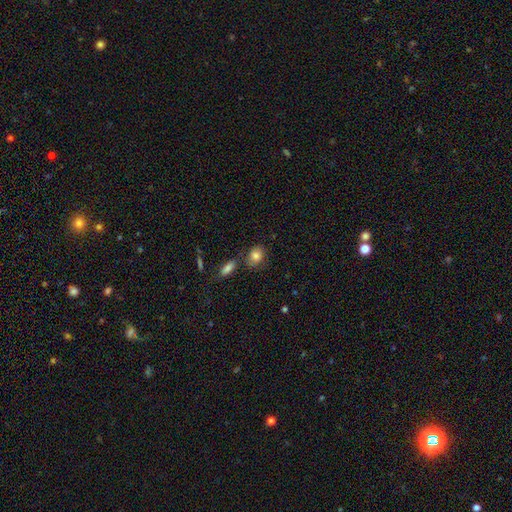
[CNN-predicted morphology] Overall: smooth (82%). How rounded: in between (58%; round 40%). Merging: none (72%).